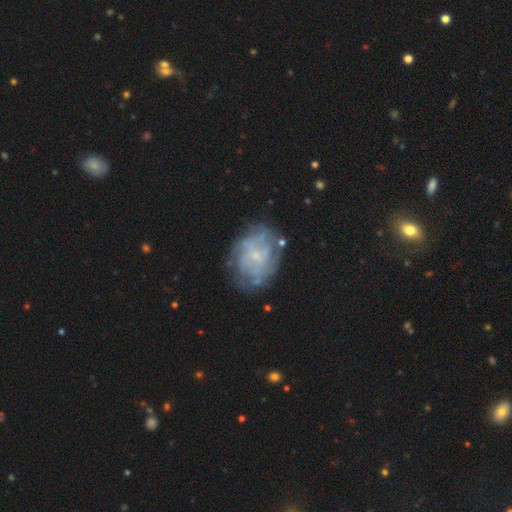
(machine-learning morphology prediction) featured or disk 71%, smooth 20%, star or artifact 9%. Down the decision tree: edge-on disk — no (98%); bar — no (73%); spiral arms — yes (68%); bulge size — small (73%); merging — none (67%).